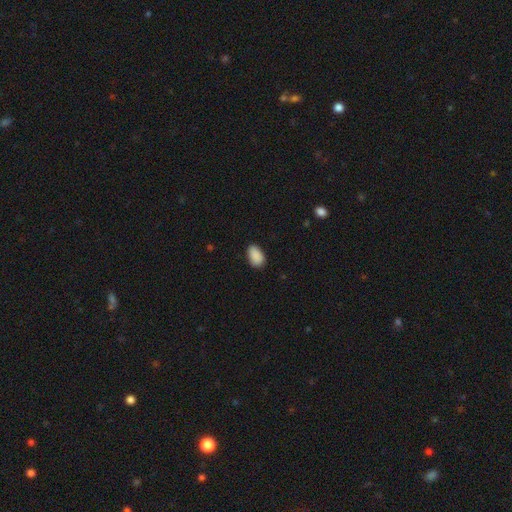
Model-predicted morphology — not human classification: Smooth or featured?
  - smooth: 90% *
  - star or artifact: 8%
  - featured or disk: 3%
How rounded?
  - in between: 92% *
  - round: 7%
  - cigar-shaped: 1%
Merging?
  - none: 83% *
  - minor disturbance: 14%
  - major disturbance: 3%
  - merger: 1%